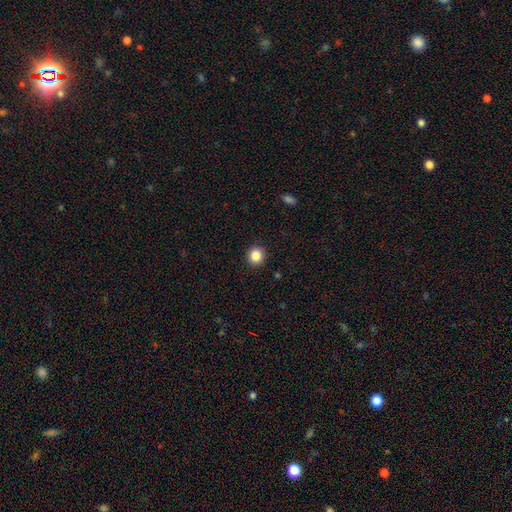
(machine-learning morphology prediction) Q: Smooth or featured?
A: smooth (85%); runner-up: star or artifact (10%)
Q: How rounded?
A: round (88%); runner-up: in between (11%)
Q: Merging?
A: none (92%); runner-up: minor disturbance (5%)